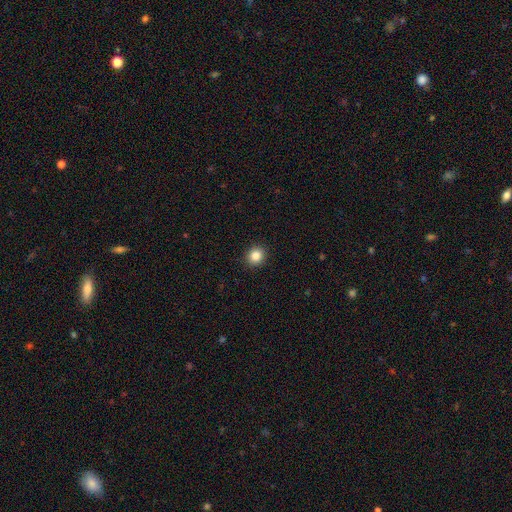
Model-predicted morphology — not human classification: Q: Smooth or featured?
A: smooth (85%); runner-up: star or artifact (10%)
Q: How rounded?
A: round (83%); runner-up: in between (16%)
Q: Merging?
A: none (92%); runner-up: minor disturbance (6%)